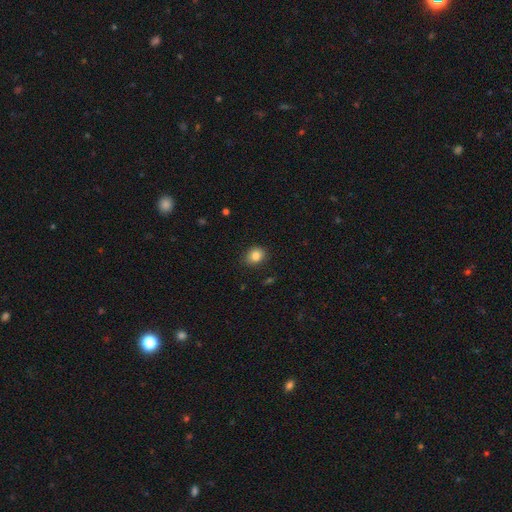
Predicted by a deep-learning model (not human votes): Smooth or featured?
  - smooth: 85% *
  - star or artifact: 9%
  - featured or disk: 5%
How rounded?
  - round: 56% *
  - in between: 43%
  - cigar-shaped: 1%
Merging?
  - none: 84% *
  - minor disturbance: 12%
  - major disturbance: 2%
  - merger: 1%